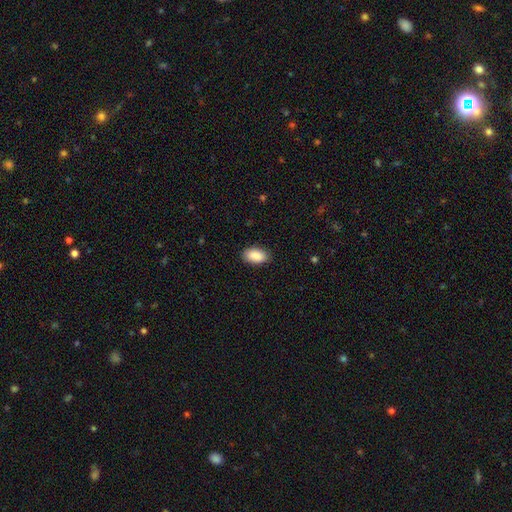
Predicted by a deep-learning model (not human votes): The model was most divided on "merging": none: 87%, minor disturbance: 9%, major disturbance: 2%, merger: 1%. More confident: how rounded — in between (94%); smooth or featured — smooth (90%).